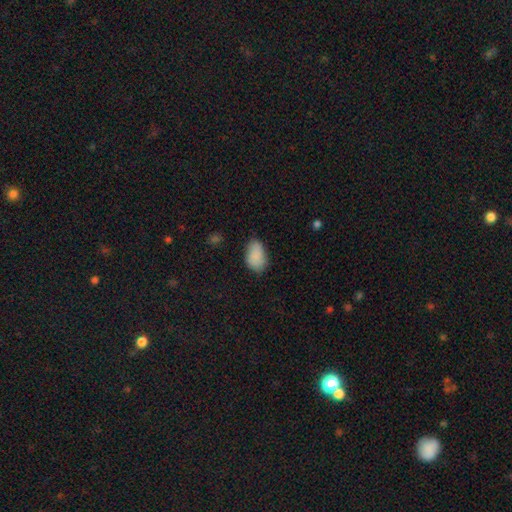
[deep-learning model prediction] smooth-or-featured: smooth: 86% | star or artifact: 8% | featured or disk: 6%
  how-rounded: in between: 90% | round: 9% | cigar-shaped: 1%
  merging: none: 66% | minor disturbance: 27% | major disturbance: 6% | merger: 2%